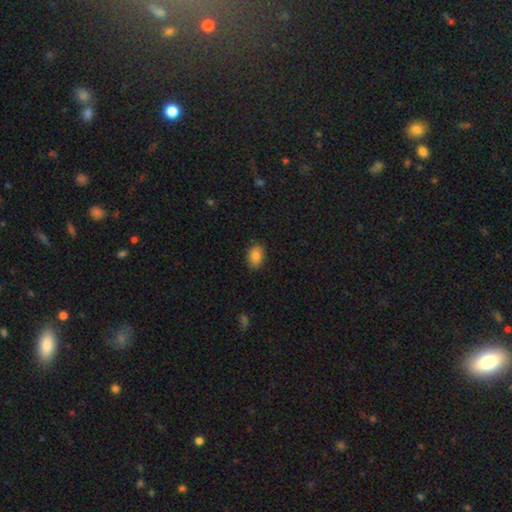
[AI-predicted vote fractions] Smooth or featured? Predicted: smooth (p=0.86). How rounded? Predicted: in between (p=0.77). Merging? Predicted: none (p=0.85).